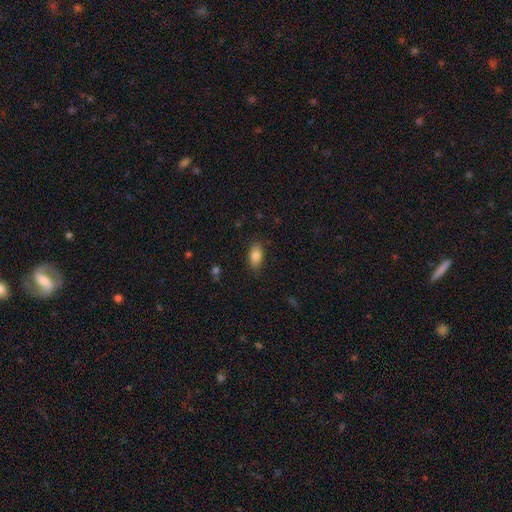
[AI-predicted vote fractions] Q: Smooth or featured?
A: smooth (83%); runner-up: featured or disk (9%)
Q: How rounded?
A: in between (90%); runner-up: round (6%)
Q: Merging?
A: none (84%); runner-up: minor disturbance (13%)